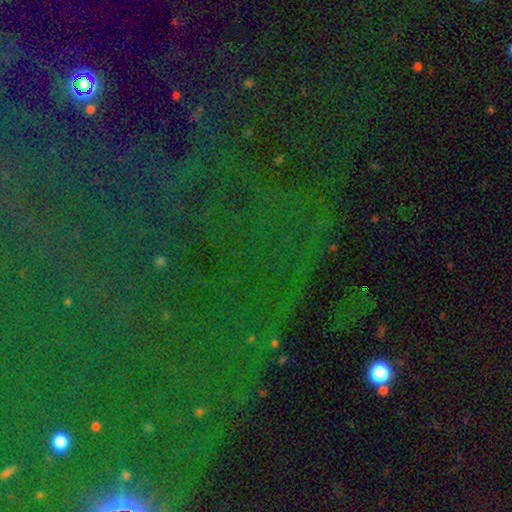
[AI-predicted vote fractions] A star or artifact, not a galaxy (82%).

Vote fractions:
- Smooth or featured? star or artifact: 82% / smooth: 10% / featured or disk: 8%